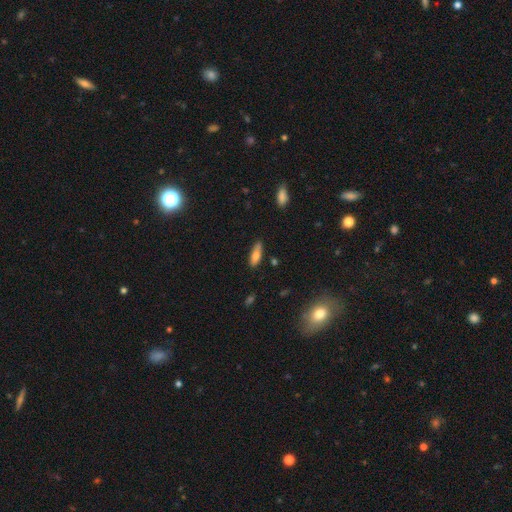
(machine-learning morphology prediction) Smooth or featured? smooth (75%)
How rounded? in between (50%)
Merging? none (74%)